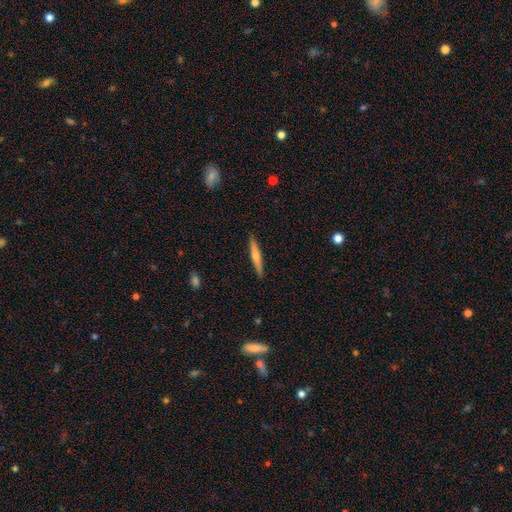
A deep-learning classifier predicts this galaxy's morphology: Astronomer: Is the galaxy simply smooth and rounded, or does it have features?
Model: featured or disk — 51% (runner-up: smooth, 44%).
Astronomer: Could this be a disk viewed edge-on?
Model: yes — 97%.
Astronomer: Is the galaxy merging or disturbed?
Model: none — 91%.